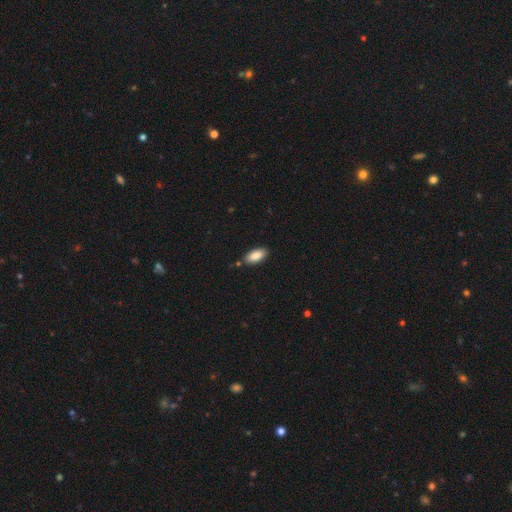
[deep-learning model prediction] Morphology: type=smooth (88%); roundness=in between (90%); merging=none (84%).